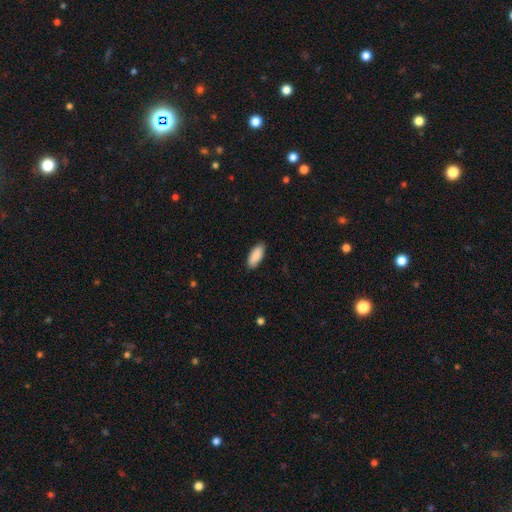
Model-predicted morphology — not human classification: type=smooth (91%); roundness=in between (84%); merging=none (89%).